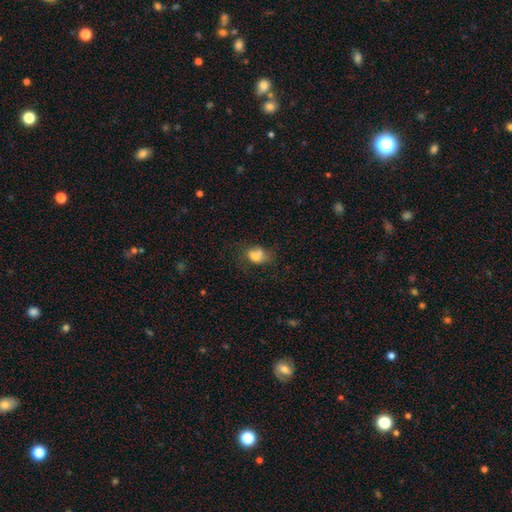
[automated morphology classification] Q: Smooth or featured?
A: smooth (70%); runner-up: featured or disk (18%)
Q: How rounded?
A: in between (68%); runner-up: round (31%)
Q: Merging?
A: none (36%); runner-up: merger (27%)